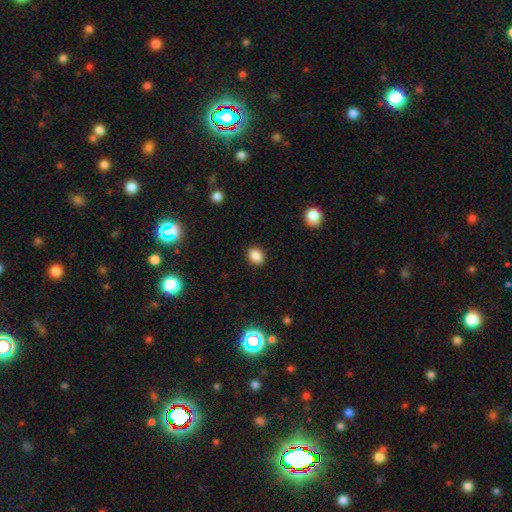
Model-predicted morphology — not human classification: smooth 87%, star or artifact 10%, featured or disk 3%. Down the decision tree: how rounded — in between (59%); merging — none (90%).